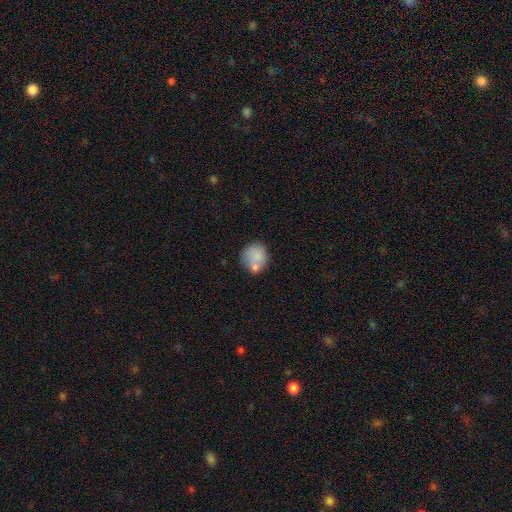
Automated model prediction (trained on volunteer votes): This is likely a smooth galaxy (78%). How rounded: likely round (76%). Merging: possibly none (51%).